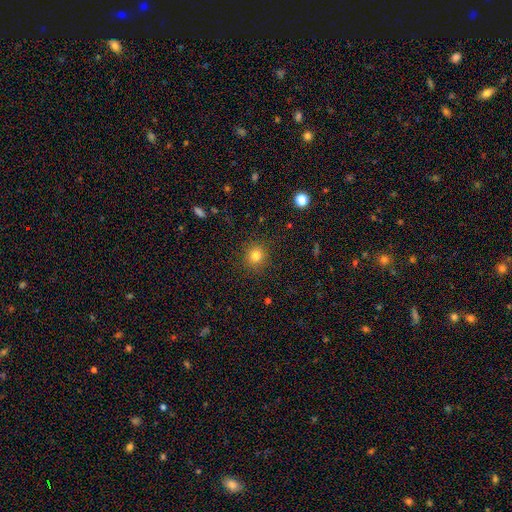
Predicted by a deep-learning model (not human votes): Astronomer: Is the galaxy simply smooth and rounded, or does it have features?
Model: smooth — 80%.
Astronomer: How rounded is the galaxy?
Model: round — 90%.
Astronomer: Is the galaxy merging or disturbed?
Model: none — 89%.